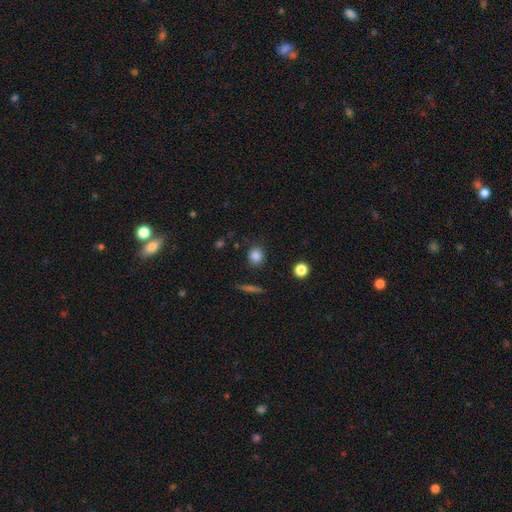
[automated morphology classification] Smooth or featured? smooth (83%)
How rounded? round (84%)
Merging? none (86%)